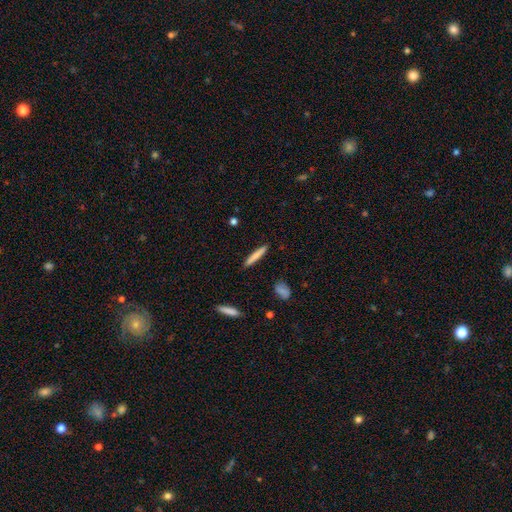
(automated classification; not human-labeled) A smooth galaxy with no disk features (75%) that is cigar-shaped (94%).

Vote fractions:
- Smooth or featured? smooth: 75% / featured or disk: 19% / star or artifact: 6%
- How rounded? cigar-shaped: 94% / in between: 4% / round: 1%
- Merging? none: 90% / minor disturbance: 7% / merger: 2% / major disturbance: 1%